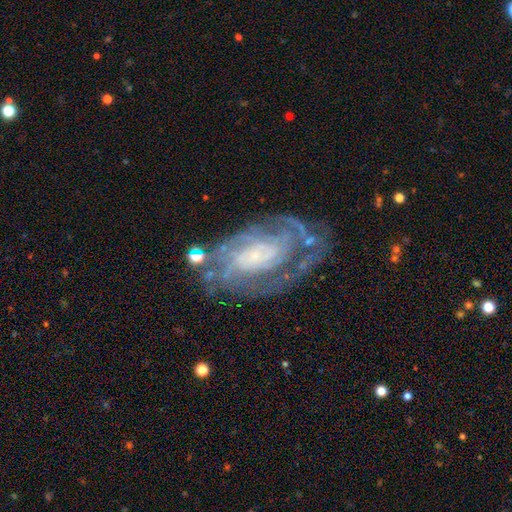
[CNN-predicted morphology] The model was most divided on "spiral arm count": can't tell: 38%, 2: 25%, 3: 16%, 4: 9%, 1: 6%, more than 4: 6%. More confident: edge-on disk — no (96%); spiral arms — yes (92%); smooth or featured — featured or disk (84%); bar — no (65%); merging — none (64%); spiral winding — tight (62%); bulge size — small (57%).